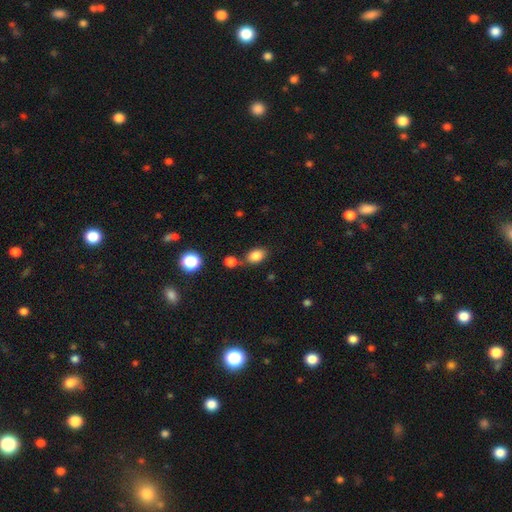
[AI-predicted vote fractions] This is clearly a smooth galaxy (84%). How rounded: likely in between (79%). Merging: likely none (64%).